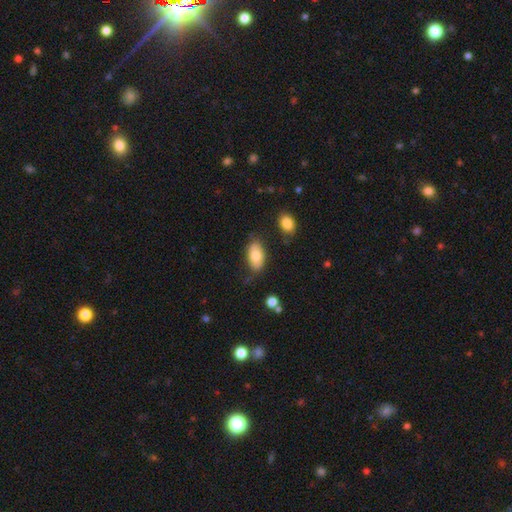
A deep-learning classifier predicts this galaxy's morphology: Q: Smooth or featured?
A: smooth (76%); runner-up: featured or disk (17%)
Q: How rounded?
A: in between (93%); runner-up: round (4%)
Q: Merging?
A: none (73%); runner-up: minor disturbance (18%)